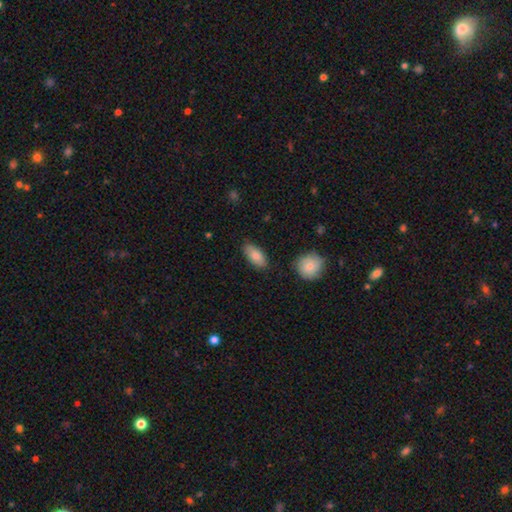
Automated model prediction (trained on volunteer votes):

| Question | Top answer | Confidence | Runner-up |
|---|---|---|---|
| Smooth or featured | smooth | 78% | featured or disk (15%) |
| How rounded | in between | 91% | cigar-shaped (5%) |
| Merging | none | 81% | minor disturbance (13%) |